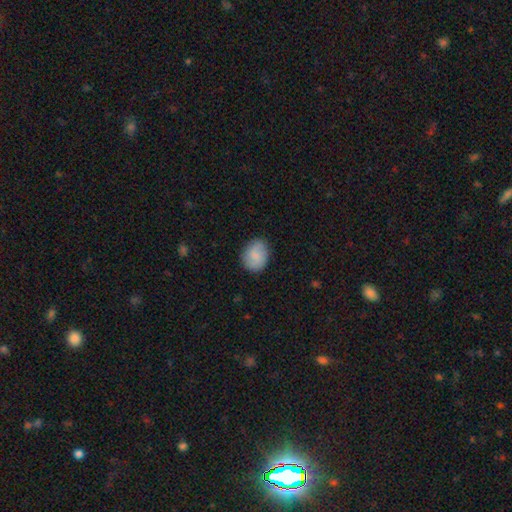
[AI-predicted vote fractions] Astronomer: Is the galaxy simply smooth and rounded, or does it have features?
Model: smooth — 80%.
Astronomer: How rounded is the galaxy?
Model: in between — 54% (runner-up: round, 45%).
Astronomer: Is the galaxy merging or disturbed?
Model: none — 81%.